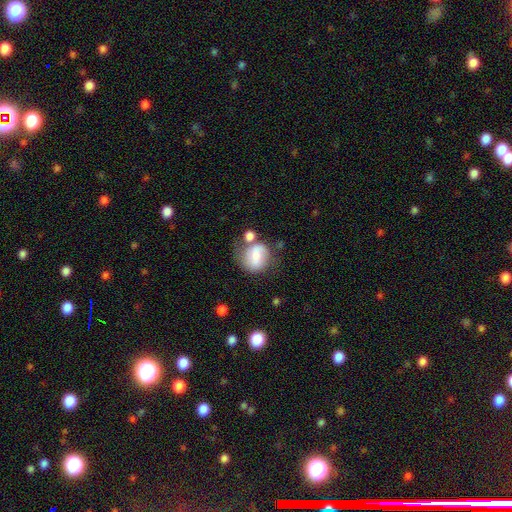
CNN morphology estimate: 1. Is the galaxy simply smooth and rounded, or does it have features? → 61% smooth, 30% featured or disk, 9% star or artifact.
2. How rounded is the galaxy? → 64% round, 35% in between, 1% cigar-shaped.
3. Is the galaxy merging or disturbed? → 46% none, 22% minor disturbance, 20% merger, 11% major disturbance.